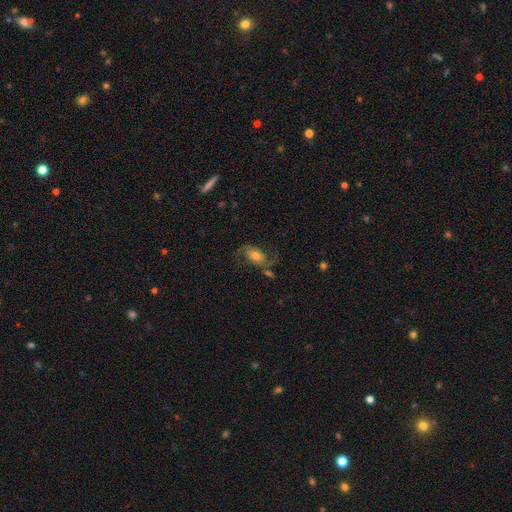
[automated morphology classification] Smooth or featured? Predicted: featured or disk (p=0.76). Edge-on disk? Predicted: no (p=0.96). Bar? Predicted: no (p=0.55). Spiral arms? Predicted: yes (p=0.94). Spiral winding? Predicted: loose (p=0.56). Spiral arm count? Predicted: 2 (p=0.92). Bulge size? Predicted: moderate (p=0.57). Merging? Predicted: none (p=0.63).